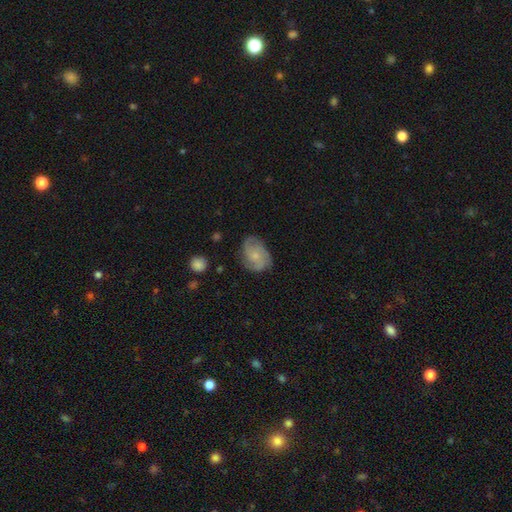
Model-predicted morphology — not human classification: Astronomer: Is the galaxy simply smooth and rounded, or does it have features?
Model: featured or disk — 57% (runner-up: smooth, 36%).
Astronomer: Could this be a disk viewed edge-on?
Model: no — 97%.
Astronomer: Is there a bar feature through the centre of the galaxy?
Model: no — 75%.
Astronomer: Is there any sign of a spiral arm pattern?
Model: yes — 88%.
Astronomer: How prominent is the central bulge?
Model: small — 52% (runner-up: moderate, 36%).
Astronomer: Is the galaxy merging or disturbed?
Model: none — 70%.